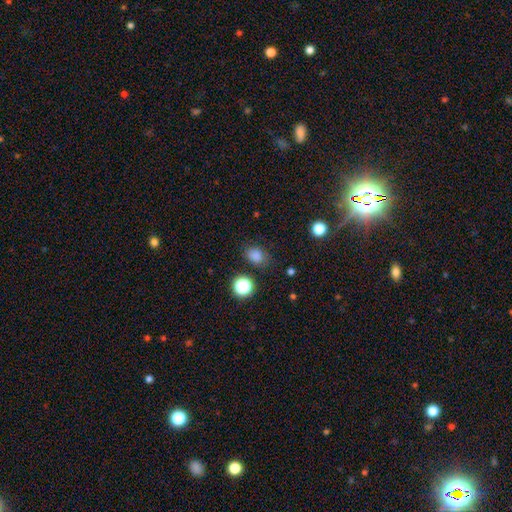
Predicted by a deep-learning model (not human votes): Smooth or featured? smooth (80%)
How rounded? in between (56%)
Merging? none (75%)